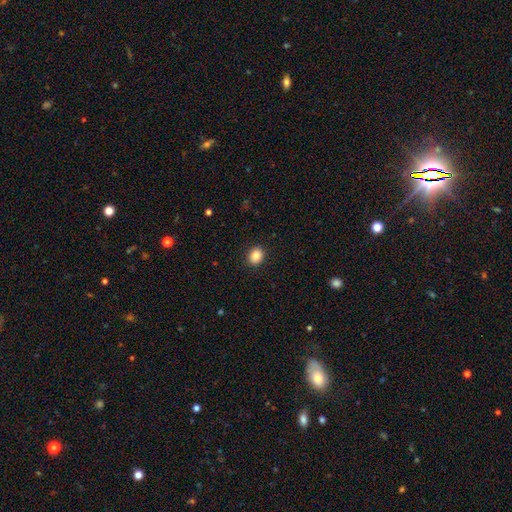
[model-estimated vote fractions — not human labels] This appears to be a smooth galaxy with no disk features (84%) that is round (56%). Merging: none (91%).